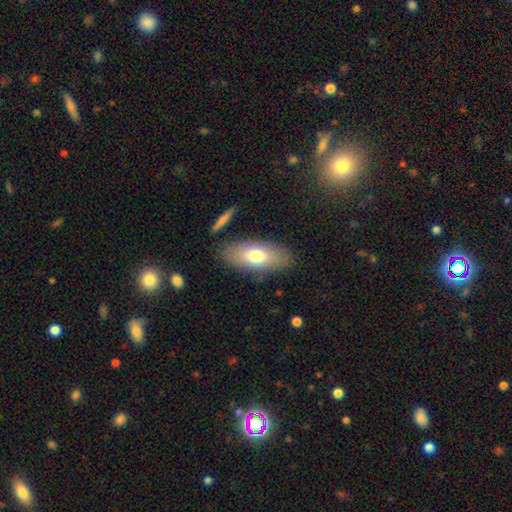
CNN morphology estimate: Overall: smooth (71%). How rounded: in between (86%). Merging: none (82%).